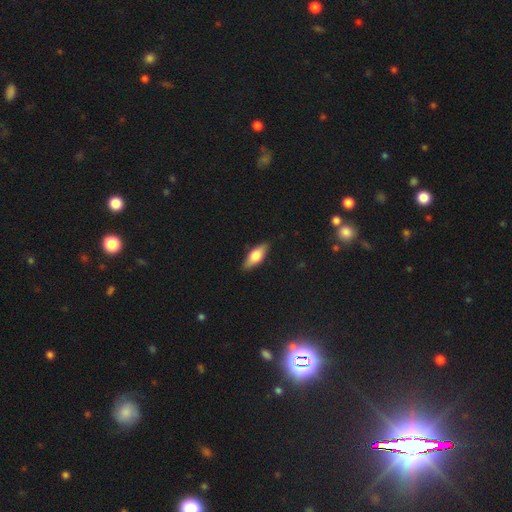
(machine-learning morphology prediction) The model was most divided on "smooth or featured": smooth: 61%, featured or disk: 33%, star or artifact: 6%. More confident: merging — none (87%); how rounded — in between (71%).